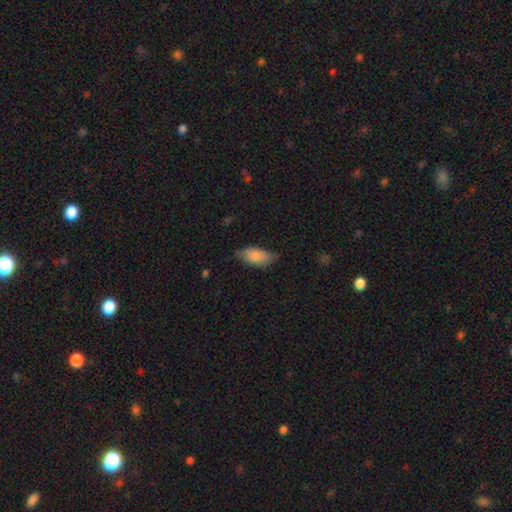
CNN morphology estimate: This appears to be a smooth galaxy with no disk features (82%) that is in between round and cigar-shaped (89%). Merging: none (64%).